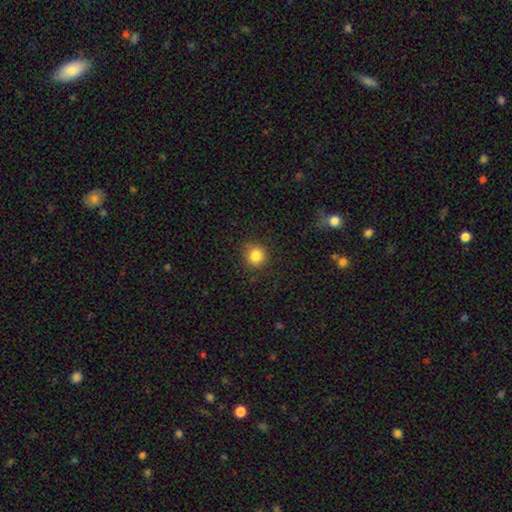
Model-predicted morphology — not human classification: smooth_or_featured: smooth (p=0.84) [alt: star or artifact p=0.11]
how_rounded: round (p=0.92) [alt: in between p=0.07]
merging: none (p=0.88) [alt: minor disturbance p=0.08]